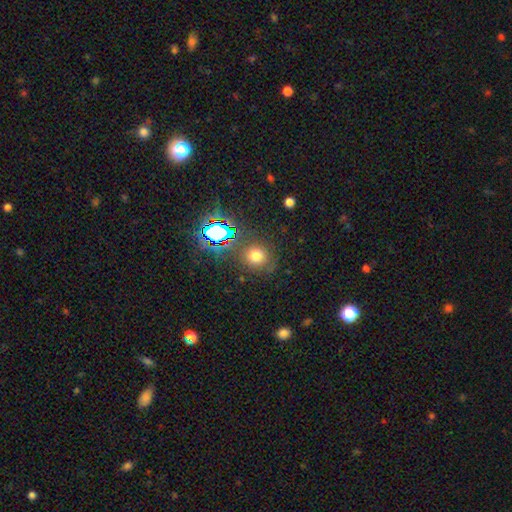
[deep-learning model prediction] This appears to be a smooth galaxy with no disk features (67%) that is round (83%). Merging: none (80%).